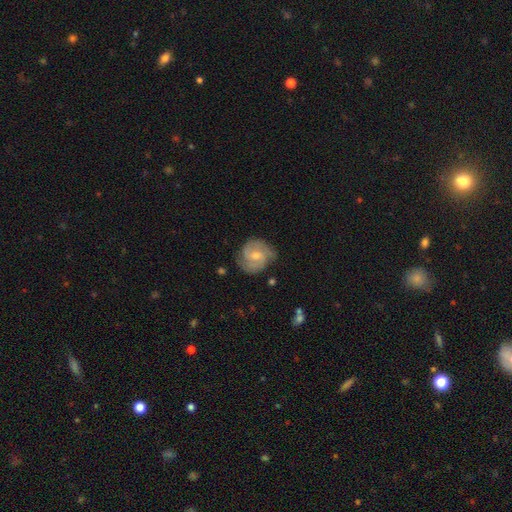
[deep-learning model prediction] Q: Smooth or featured?
A: featured or disk (70%); runner-up: smooth (24%)
Q: Edge-on disk?
A: no (98%); runner-up: yes (2%)
Q: Bar?
A: no (46%); tied with: weak (46%)
Q: Spiral arms?
A: yes (92%); runner-up: no (8%)
Q: Spiral winding?
A: medium (46%); runner-up: tight (39%)
Q: Spiral arm count?
A: 2 (54%); runner-up: 3 (20%)
Q: Bulge size?
A: moderate (50%); runner-up: small (44%)
Q: Merging?
A: none (68%); runner-up: minor disturbance (23%)